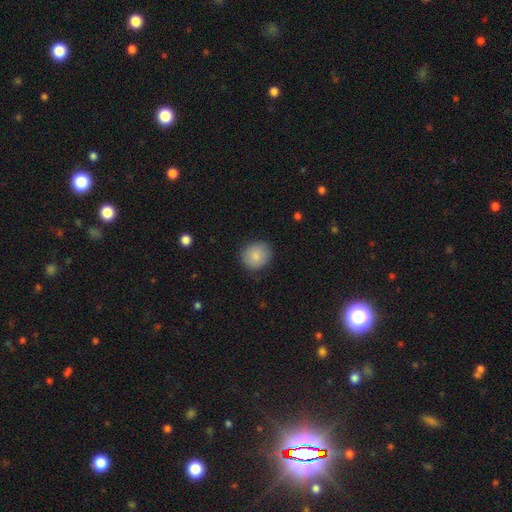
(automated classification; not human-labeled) smooth_or_featured: smooth (p=0.85) [alt: featured or disk p=0.07]
how_rounded: round (p=0.79) [alt: in between p=0.20]
merging: none (p=0.85) [alt: minor disturbance p=0.11]